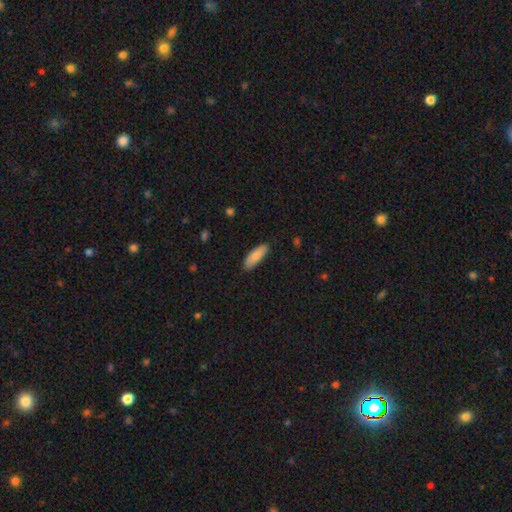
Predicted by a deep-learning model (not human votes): Overall: smooth (85%). How rounded: in between (55%; cigar-shaped 43%). Merging: none (84%).